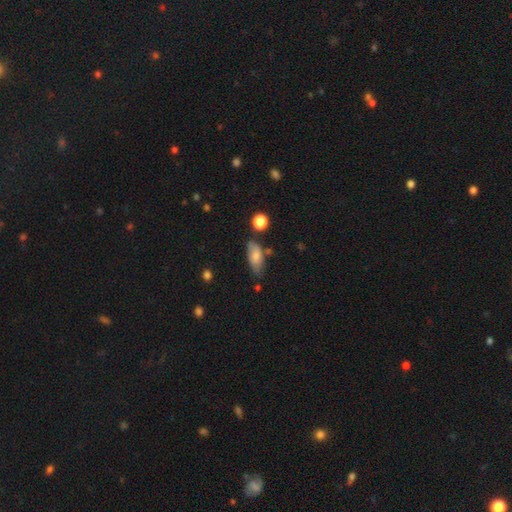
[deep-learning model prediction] smooth_or_featured: smooth (p=0.73) [alt: featured or disk p=0.20]
how_rounded: in between (p=0.82) [alt: cigar-shaped p=0.14]
merging: none (p=0.59) [alt: minor disturbance p=0.27]